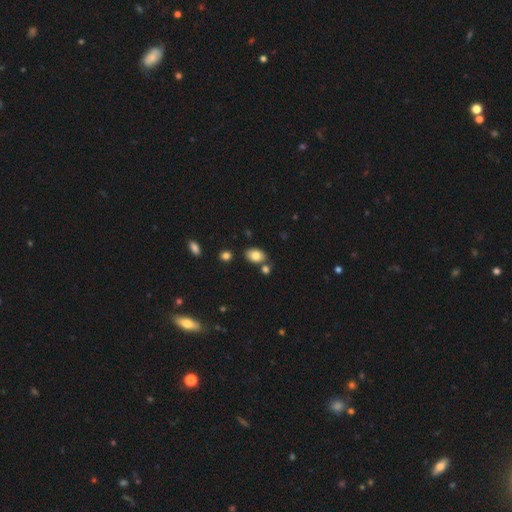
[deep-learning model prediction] Overall: smooth (82%). How rounded: in between (85%). Merging: none (74%).